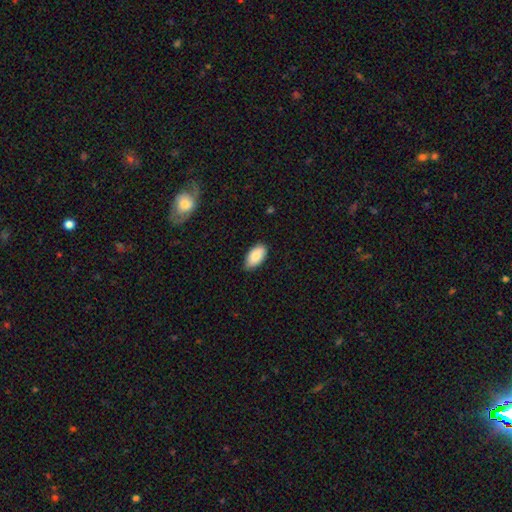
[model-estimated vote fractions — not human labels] Q: Smooth or featured?
A: smooth (85%); runner-up: featured or disk (9%)
Q: How rounded?
A: in between (95%); runner-up: round (3%)
Q: Merging?
A: none (77%); runner-up: minor disturbance (19%)